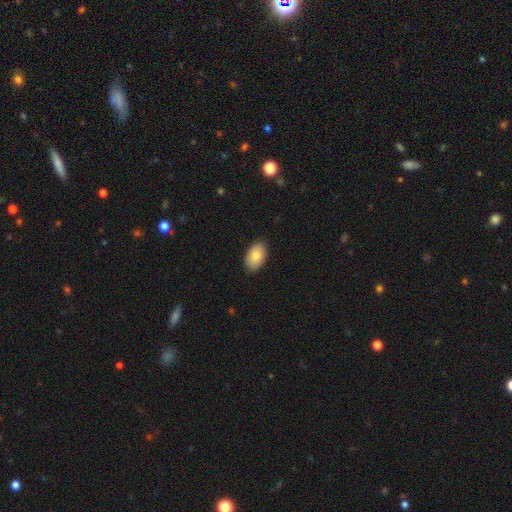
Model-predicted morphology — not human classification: smooth 83%, featured or disk 10%, star or artifact 7%. Down the decision tree: how rounded — in between (91%); merging — none (88%).